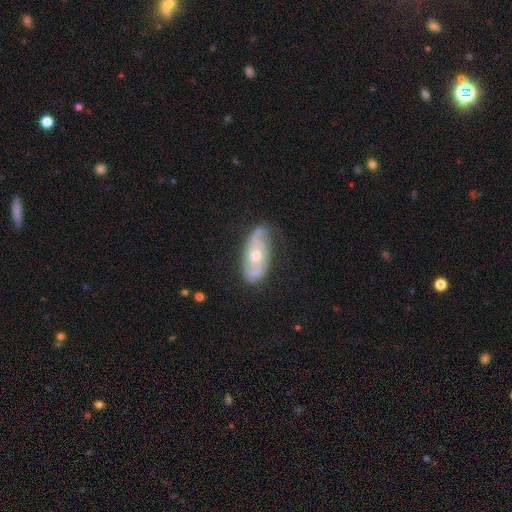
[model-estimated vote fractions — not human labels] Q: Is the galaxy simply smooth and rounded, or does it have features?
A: featured or disk — 70%.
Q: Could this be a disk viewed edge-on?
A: no — 88%.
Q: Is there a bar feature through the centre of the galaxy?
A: no — 73%.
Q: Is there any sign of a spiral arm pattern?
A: yes — 77%.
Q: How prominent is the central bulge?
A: moderate — 53%.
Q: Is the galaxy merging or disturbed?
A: none — 67%.